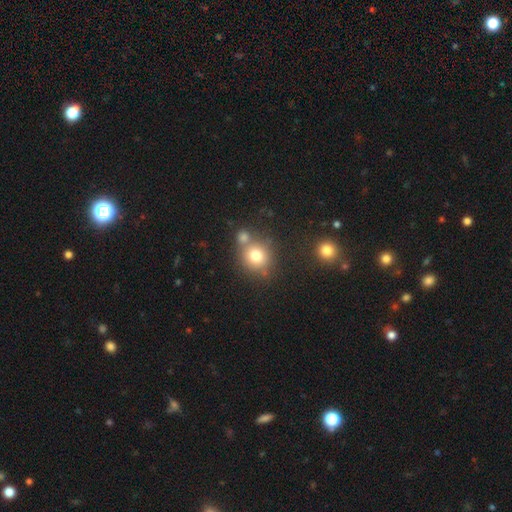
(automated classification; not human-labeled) This appears to be a smooth galaxy with no disk features (77%) that is round (86%). Merging: none (59%).